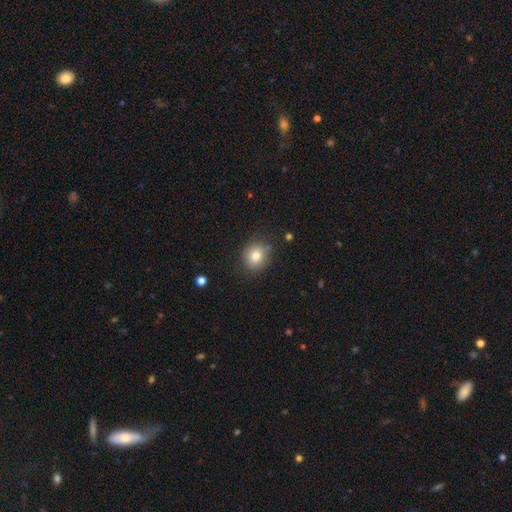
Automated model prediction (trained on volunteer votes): smooth_or_featured: smooth (p=0.81) [alt: star or artifact p=0.10]
how_rounded: round (p=0.73) [alt: in between p=0.26]
merging: none (p=0.80) [alt: minor disturbance p=0.14]